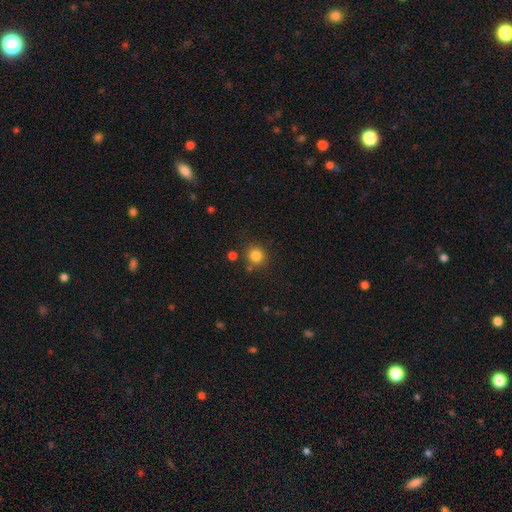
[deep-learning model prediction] Overall: smooth (83%). How rounded: round (88%). Merging: none (82%).